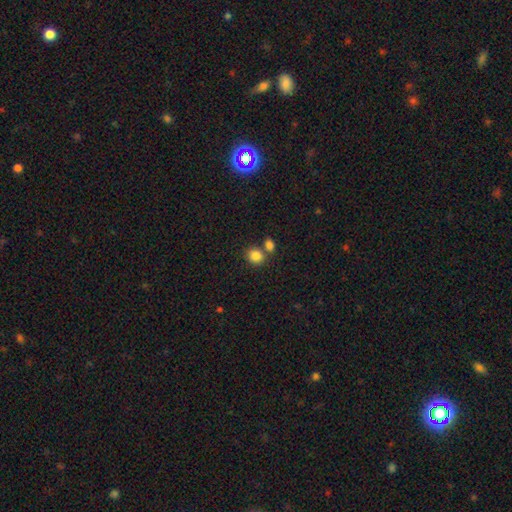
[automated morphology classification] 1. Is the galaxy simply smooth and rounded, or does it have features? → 85% smooth, 10% star or artifact, 5% featured or disk.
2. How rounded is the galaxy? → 74% round, 25% in between, 1% cigar-shaped.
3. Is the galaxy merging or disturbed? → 61% none, 27% merger, 9% minor disturbance, 3% major disturbance.